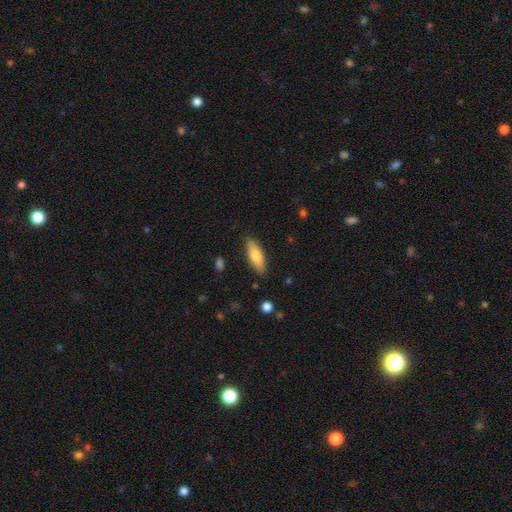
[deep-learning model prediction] Smooth or featured? Predicted: smooth (p=0.74). How rounded? Predicted: in between (p=0.68). Merging? Predicted: none (p=0.86).